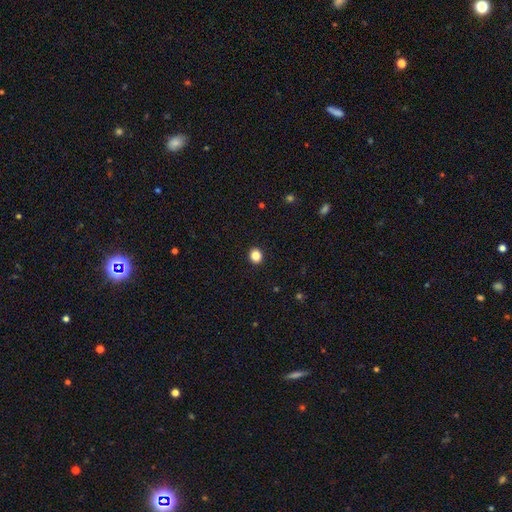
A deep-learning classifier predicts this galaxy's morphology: Smooth or featured?
  - smooth: 85% *
  - star or artifact: 11%
  - featured or disk: 4%
How rounded?
  - round: 79% *
  - in between: 20%
  - cigar-shaped: 1%
Merging?
  - none: 93% *
  - minor disturbance: 5%
  - major disturbance: 2%
  - merger: 1%